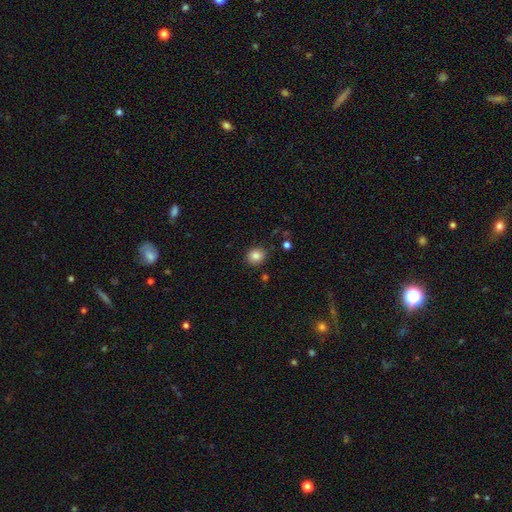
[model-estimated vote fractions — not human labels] smooth 83%, star or artifact 10%, featured or disk 6%. Down the decision tree: how rounded — round (77%); merging — none (87%).